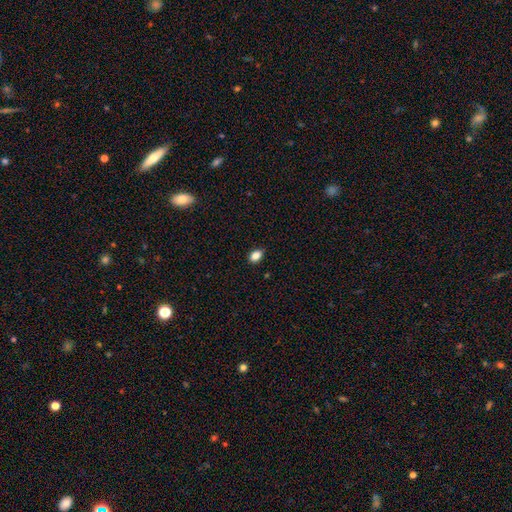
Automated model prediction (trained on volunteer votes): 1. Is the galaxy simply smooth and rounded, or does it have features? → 85% smooth, 10% star or artifact, 5% featured or disk.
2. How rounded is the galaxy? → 79% in between, 19% round, 2% cigar-shaped.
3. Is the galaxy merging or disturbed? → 86% none, 11% minor disturbance, 2% major disturbance, 1% merger.